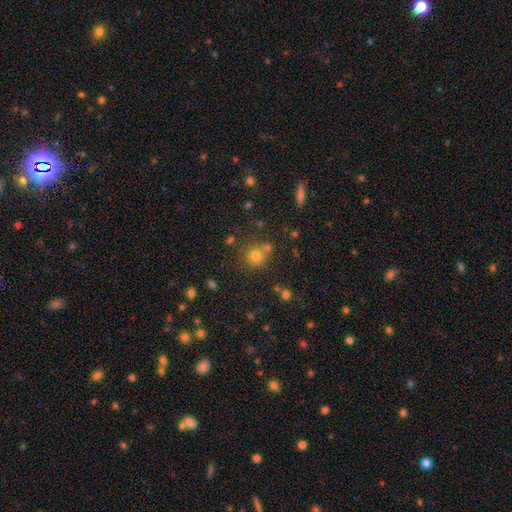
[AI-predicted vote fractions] smooth 74%, star or artifact 18%, featured or disk 8%. Down the decision tree: how rounded — round (91%); merging — none (70%).